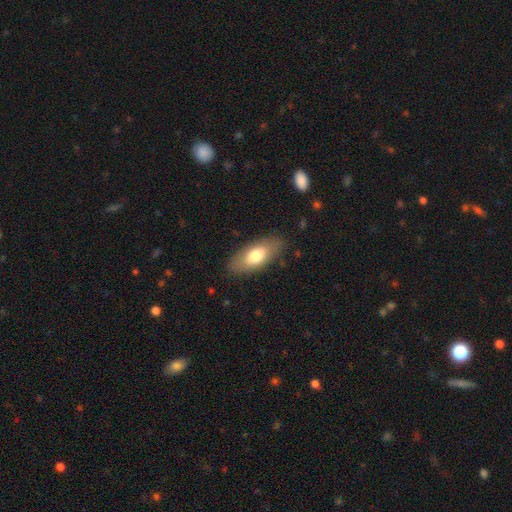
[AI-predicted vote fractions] smooth 72%, featured or disk 22%, star or artifact 6%. Down the decision tree: how rounded — in between (84%); merging — none (85%).